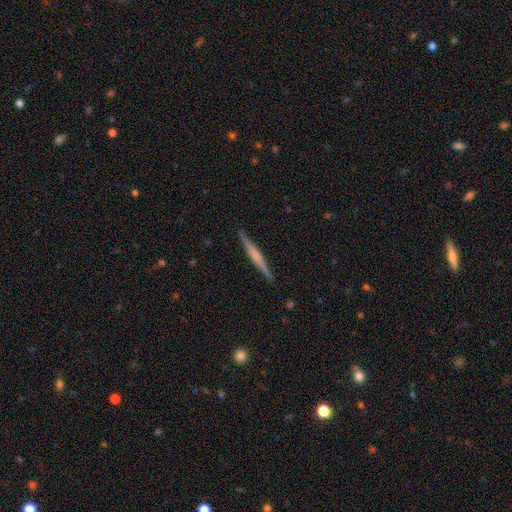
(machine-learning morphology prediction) This is possibly a featured or disk galaxy (59%). It is clearly viewed edge-on (98%). Edge-on bulge: marginally rounded (41%). Merging: clearly none (90%).